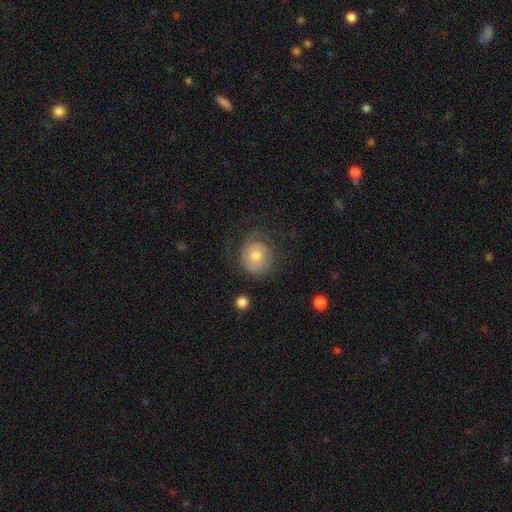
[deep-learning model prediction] Morphology: type=featured or disk (57%); edge-on=no (97%); bar=no (77%); spiral arms=yes (76%); bulge=moderate (72%); merging=none (64%).